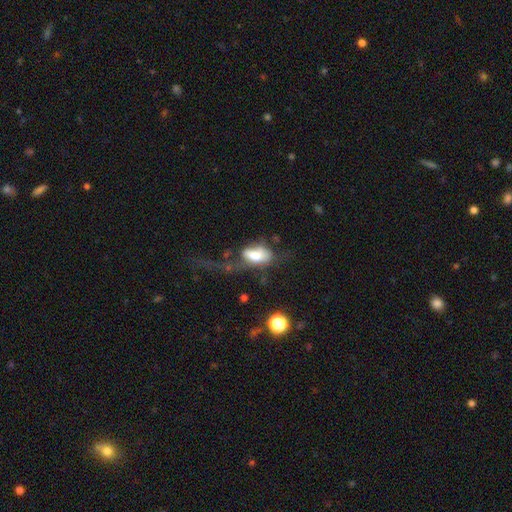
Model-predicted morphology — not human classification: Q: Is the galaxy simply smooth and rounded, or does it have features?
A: smooth — 63%.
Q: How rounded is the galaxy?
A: in between — 88%.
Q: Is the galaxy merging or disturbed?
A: major disturbance — 53%.